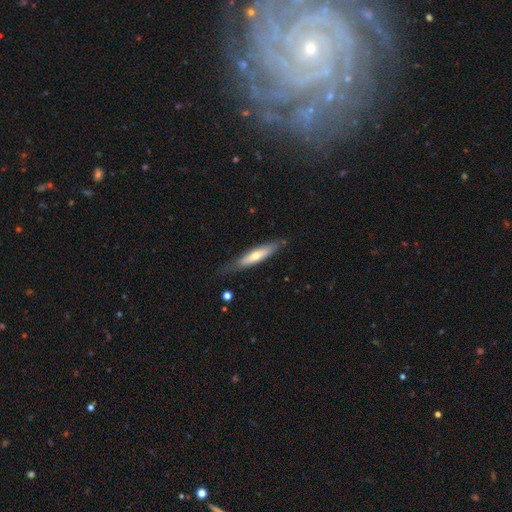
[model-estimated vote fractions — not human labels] This appears to be a smooth galaxy with no disk features (55%) that is cigar-shaped (81%). Merging: none (75%).